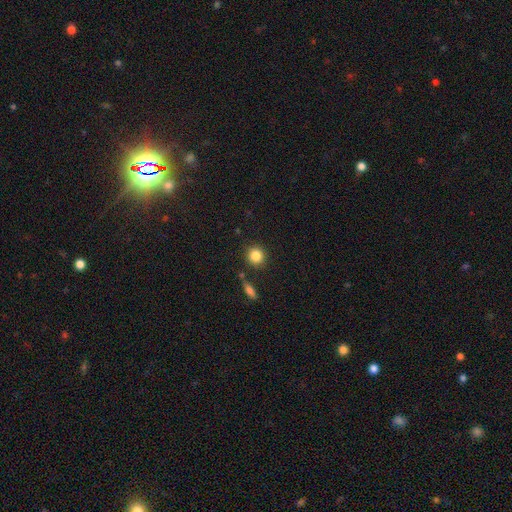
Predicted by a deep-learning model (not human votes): Q: Smooth or featured?
A: smooth (84%); runner-up: star or artifact (10%)
Q: How rounded?
A: round (89%); runner-up: in between (10%)
Q: Merging?
A: none (84%); runner-up: minor disturbance (8%)